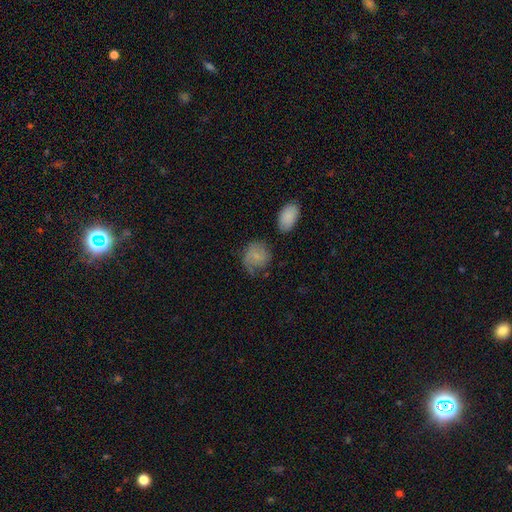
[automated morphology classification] Smooth or featured?
  - smooth: 66% *
  - featured or disk: 26%
  - star or artifact: 8%
How rounded?
  - round: 72% *
  - in between: 27%
  - cigar-shaped: 1%
Merging?
  - none: 55% *
  - minor disturbance: 26%
  - major disturbance: 13%
  - merger: 5%